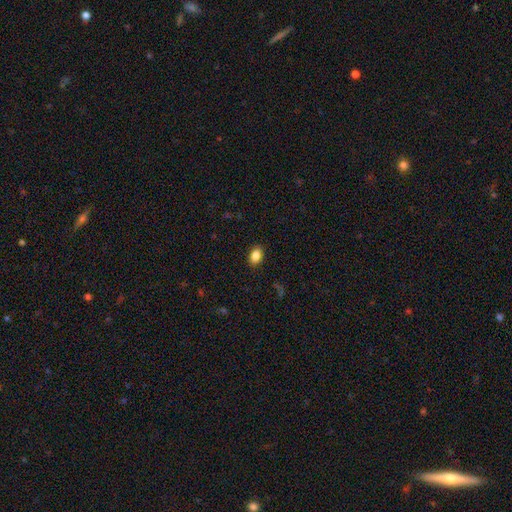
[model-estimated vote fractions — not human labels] Smooth or featured?
  - smooth: 87% *
  - star or artifact: 8%
  - featured or disk: 5%
How rounded?
  - in between: 85% *
  - round: 14%
  - cigar-shaped: 2%
Merging?
  - none: 89% *
  - minor disturbance: 8%
  - major disturbance: 2%
  - merger: 1%